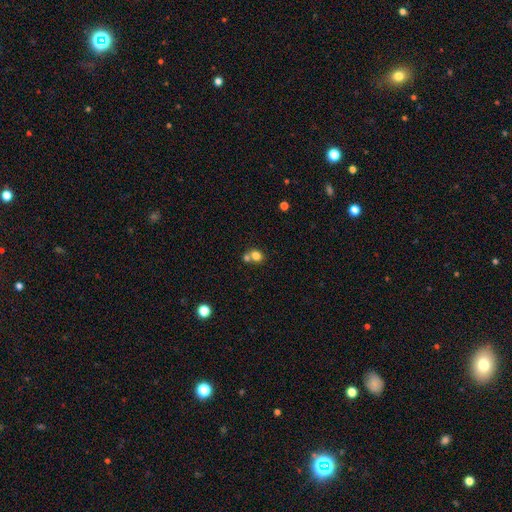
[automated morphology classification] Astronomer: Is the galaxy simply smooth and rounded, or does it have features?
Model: smooth — 79%.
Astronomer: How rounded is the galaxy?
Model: round — 72%.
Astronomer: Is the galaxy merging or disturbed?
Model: merger — 45% (runner-up: none, 44%).